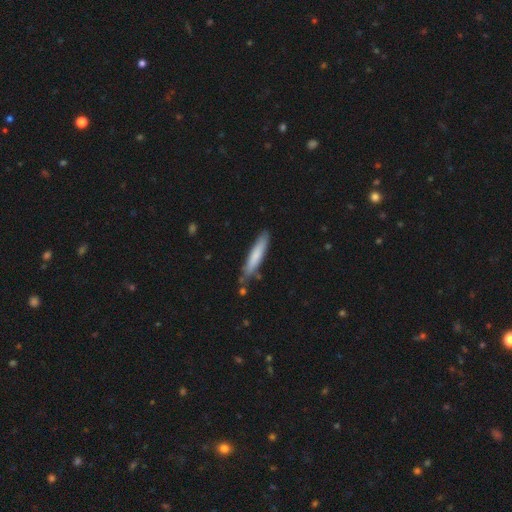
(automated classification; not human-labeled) The model was most divided on "smooth or featured": smooth: 73%, featured or disk: 21%, star or artifact: 5%. More confident: how rounded — cigar-shaped (90%); merging — none (76%).